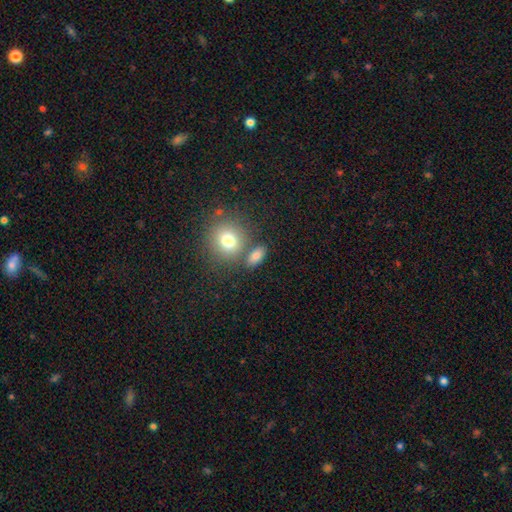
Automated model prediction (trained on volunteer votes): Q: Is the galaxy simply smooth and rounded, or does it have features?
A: smooth — 80%.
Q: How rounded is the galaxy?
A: in between — 69%.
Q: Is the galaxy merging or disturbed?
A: none — 70%.